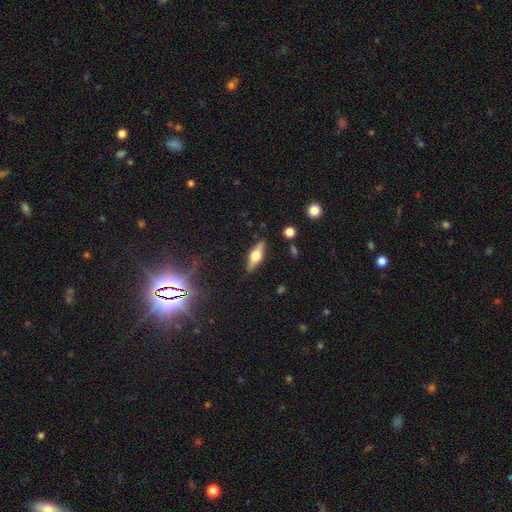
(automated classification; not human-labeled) This is possibly a featured or disk galaxy (55%). It is clearly viewed edge-on (92%). Edge-on bulge: clearly rounded (94%). Merging: clearly none (87%).